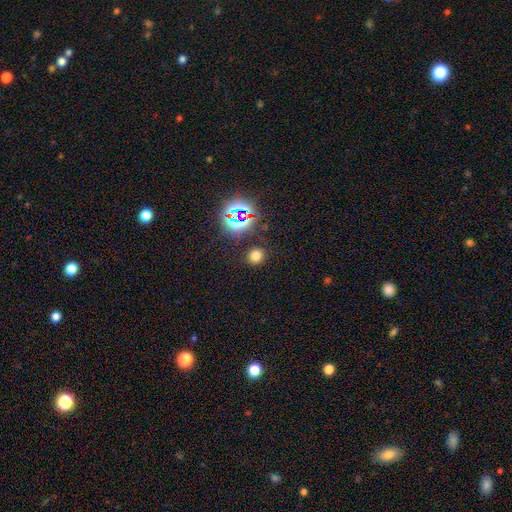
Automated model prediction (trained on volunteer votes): This appears to be a smooth galaxy with no disk features (68%) that is round (73%). Merging: none (86%).